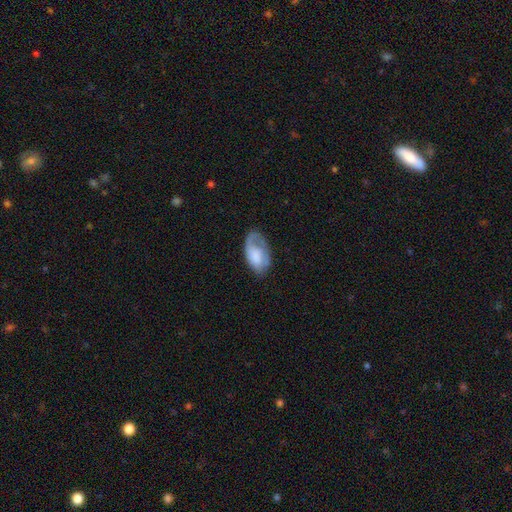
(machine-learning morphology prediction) A smooth galaxy with no disk features (56%) that is in between round and cigar-shaped (94%). Merging: none (47%).